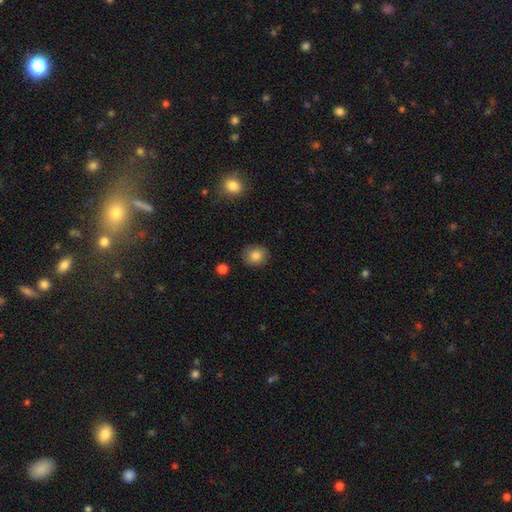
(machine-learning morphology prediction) Q: Smooth or featured?
A: smooth (85%); runner-up: star or artifact (9%)
Q: How rounded?
A: round (73%); runner-up: in between (26%)
Q: Merging?
A: none (88%); runner-up: minor disturbance (8%)